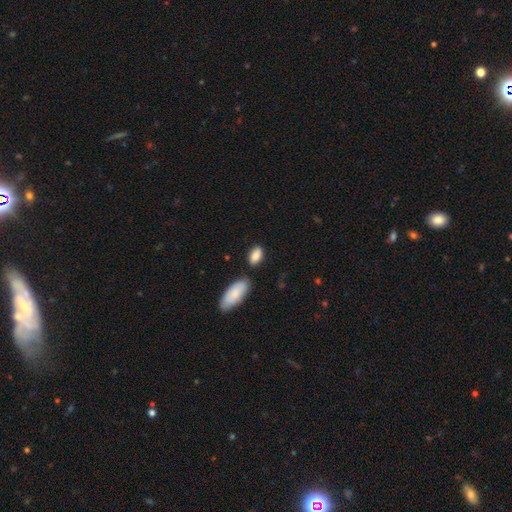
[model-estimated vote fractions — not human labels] smooth-or-featured: smooth: 87% | featured or disk: 7% | star or artifact: 7%
  how-rounded: in between: 89% | cigar-shaped: 7% | round: 4%
  merging: none: 74% | minor disturbance: 14% | merger: 9% | major disturbance: 3%